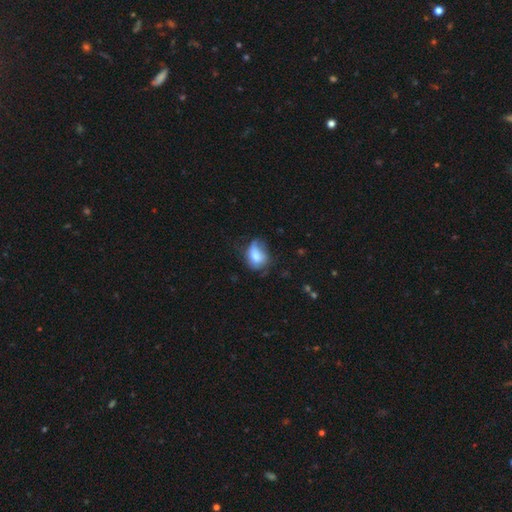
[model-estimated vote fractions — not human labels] smooth-or-featured: smooth: 67% | featured or disk: 23% | star or artifact: 9%
  how-rounded: in between: 66% | round: 32% | cigar-shaped: 2%
  merging: none: 42% | minor disturbance: 36% | major disturbance: 20% | merger: 3%